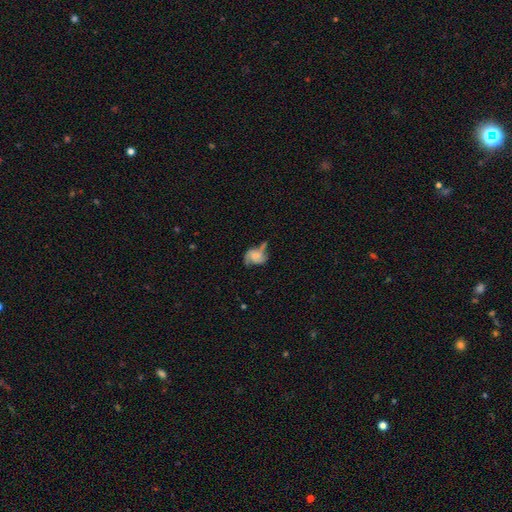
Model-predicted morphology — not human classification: A featured or disk galaxy (58%) with no bar (71%), spiral arms (77%) and a small central bulge (41%). Merging: none (35%).